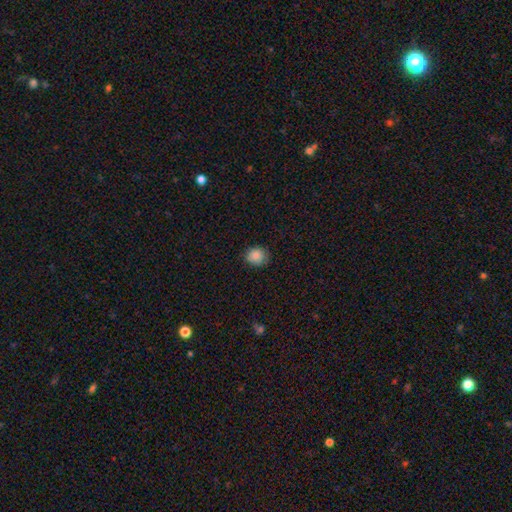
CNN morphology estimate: smooth 86%, star or artifact 9%, featured or disk 5%. Down the decision tree: how rounded — round (74%); merging — none (80%).